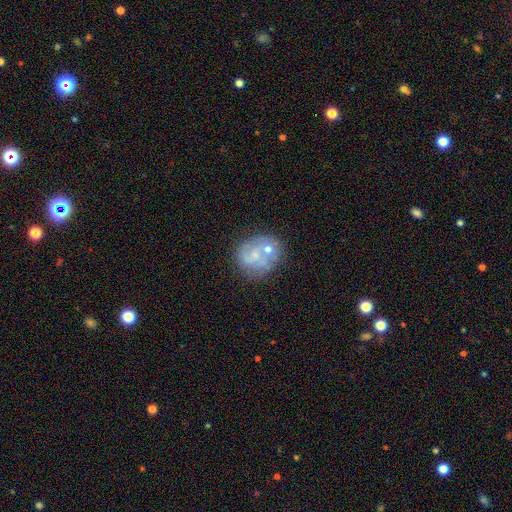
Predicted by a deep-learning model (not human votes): Smooth or featured? Predicted: featured or disk (p=0.61). Edge-on disk? Predicted: no (p=0.98). Bar? Predicted: no (p=0.72). Spiral arms? Predicted: yes (p=0.65). Bulge size? Predicted: small (p=0.52). Merging? Predicted: none (p=0.51).